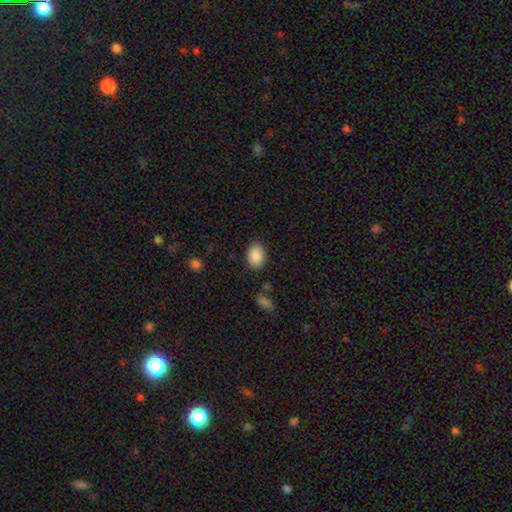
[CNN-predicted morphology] smooth_or_featured: smooth (p=0.89) [alt: star or artifact p=0.07]
how_rounded: in between (p=0.79) [alt: round p=0.20]
merging: none (p=0.84) [alt: minor disturbance p=0.10]